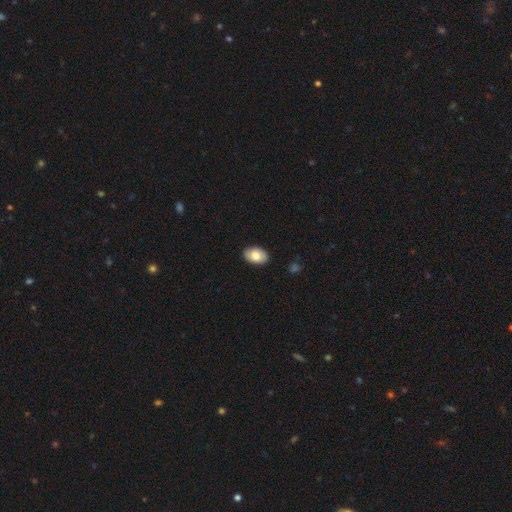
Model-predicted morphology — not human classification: smooth-or-featured: smooth: 77% | featured or disk: 16% | star or artifact: 6%
  how-rounded: in between: 89% | round: 10% | cigar-shaped: 1%
  merging: none: 87% | minor disturbance: 10% | major disturbance: 2% | merger: 1%